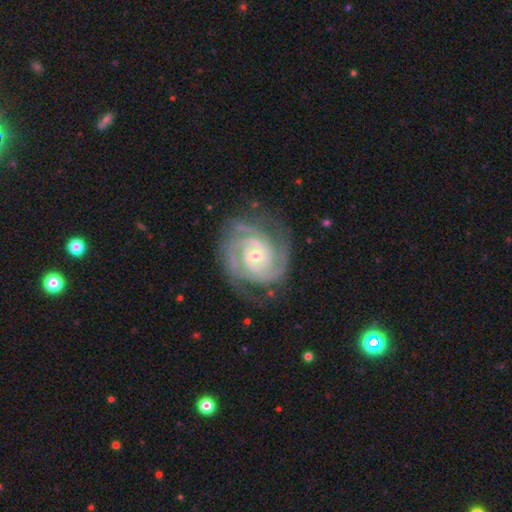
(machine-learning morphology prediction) This is clearly a featured or disk galaxy (91%). It is clearly not viewed edge-on (98%). Bar: possibly no (54%). Spiral arm pattern: clearly yes (98%). Spiral arm count: marginally 2 (43%). Spiral winding: likely tight (69%). Central bulge: possibly small (59%). Merging: likely none (74%).